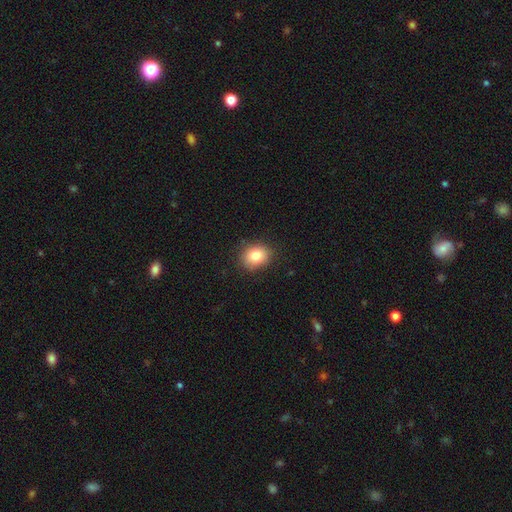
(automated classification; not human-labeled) Q: Smooth or featured?
A: smooth (82%); runner-up: star or artifact (10%)
Q: How rounded?
A: round (59%); runner-up: in between (40%)
Q: Merging?
A: none (85%); runner-up: minor disturbance (11%)